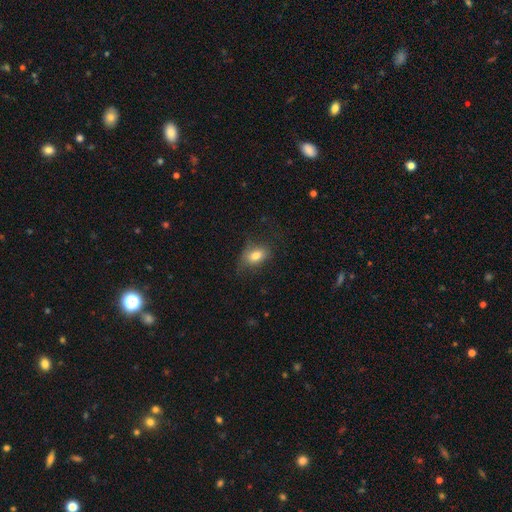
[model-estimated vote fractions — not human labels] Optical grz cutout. It shows a smooth galaxy with no disk features (78%) that is in between round and cigar-shaped (78%). Merging: none (64%).